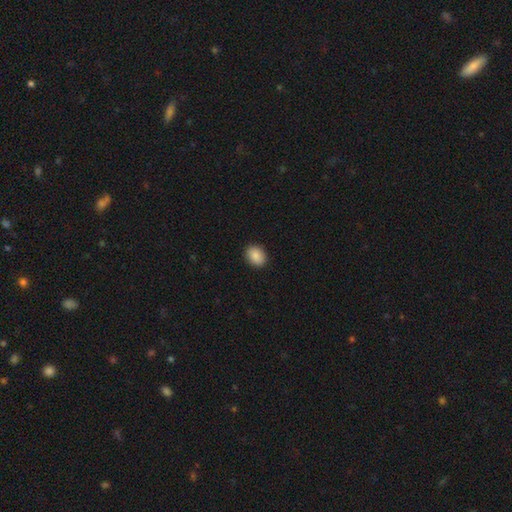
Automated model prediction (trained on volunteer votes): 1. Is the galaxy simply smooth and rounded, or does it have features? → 88% smooth, 8% star or artifact, 4% featured or disk.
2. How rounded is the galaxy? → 58% in between, 41% round, 1% cigar-shaped.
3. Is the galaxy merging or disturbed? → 90% none, 7% minor disturbance, 2% major disturbance, 1% merger.